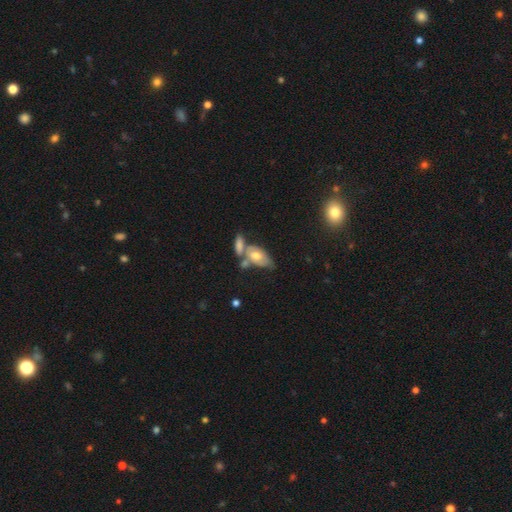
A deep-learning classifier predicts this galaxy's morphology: Smooth or featured?
  - smooth: 50% *
  - featured or disk: 42%
  - star or artifact: 9%
Merging?
  - merger: 40% *
  - none: 34%
  - minor disturbance: 17%
  - major disturbance: 8%